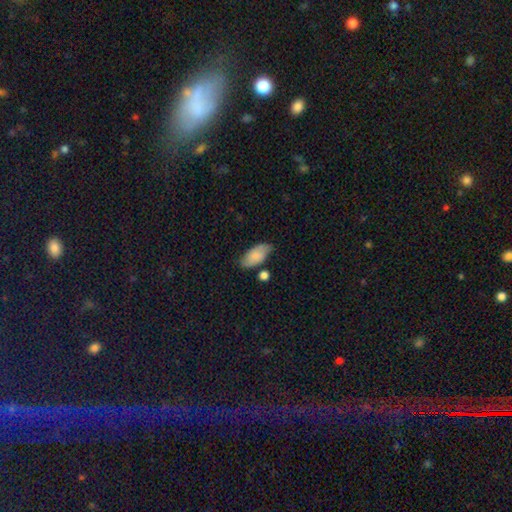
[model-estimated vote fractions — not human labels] Q: Smooth or featured?
A: smooth (80%); runner-up: featured or disk (14%)
Q: How rounded?
A: in between (92%); runner-up: cigar-shaped (6%)
Q: Merging?
A: none (72%); runner-up: minor disturbance (18%)